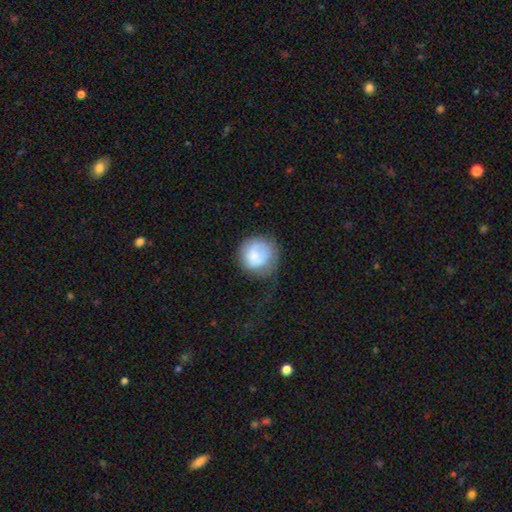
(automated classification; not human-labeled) A smooth galaxy with no disk features (72%) that is round (87%).

Vote fractions:
- Smooth or featured? smooth: 72% / featured or disk: 20% / star or artifact: 7%
- How rounded? round: 87% / in between: 12% / cigar-shaped: 1%
- Merging? none: 45% / minor disturbance: 28% / major disturbance: 24% / merger: 3%